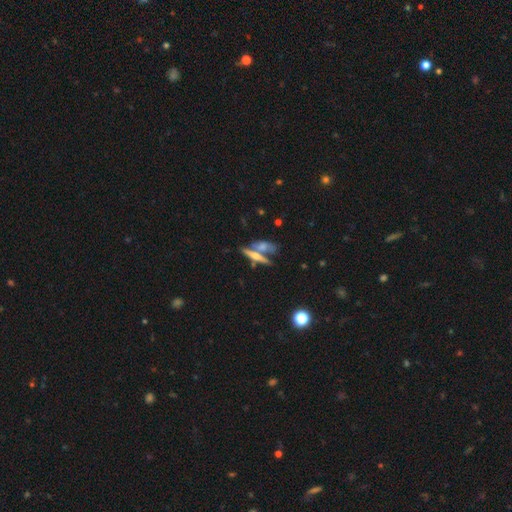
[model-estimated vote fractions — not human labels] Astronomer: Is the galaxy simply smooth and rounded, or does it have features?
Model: featured or disk — 53% (runner-up: smooth, 38%).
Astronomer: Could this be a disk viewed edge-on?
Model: yes — 89%.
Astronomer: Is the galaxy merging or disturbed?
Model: none — 51% (runner-up: merger, 35%).